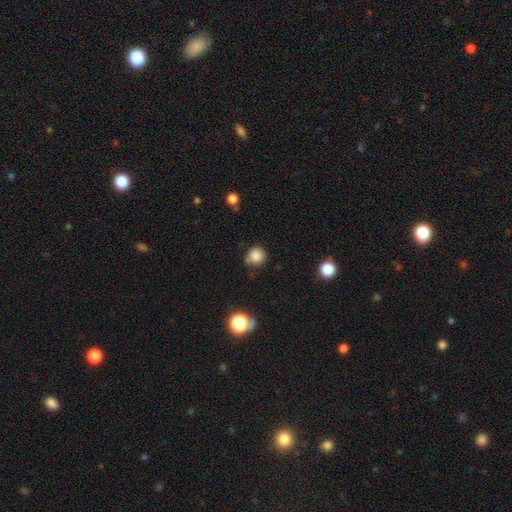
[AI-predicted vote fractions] Smooth or featured: smooth — 84% (star or artifact — 12%)
How rounded: round — 89% (in between — 10%)
Merging: none — 70% (minor disturbance — 18%)